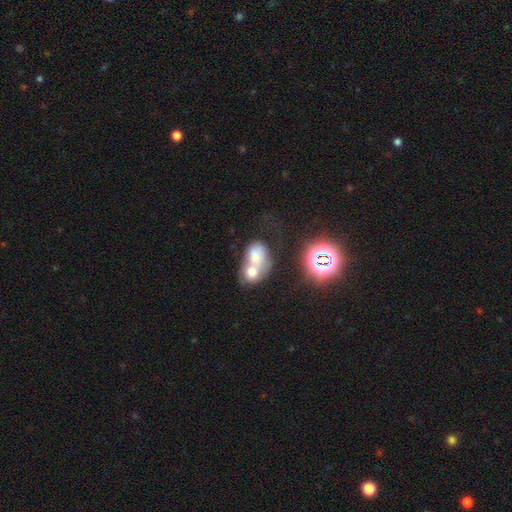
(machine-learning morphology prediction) Overall: smooth (62%; featured or disk 23%). How rounded: in between (63%; round 35%). Merging: merger (74%).